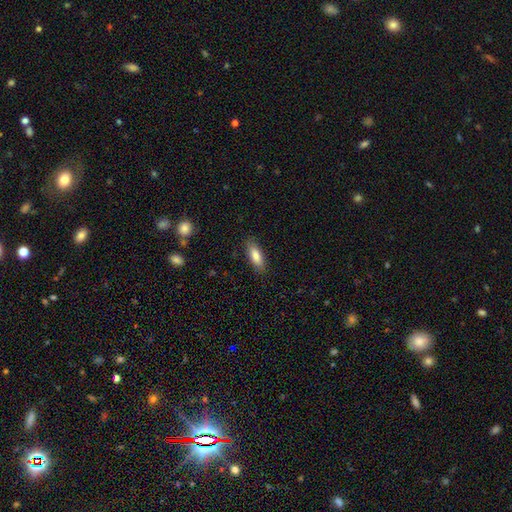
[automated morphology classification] Smooth or featured?
  - smooth: 82% *
  - featured or disk: 11%
  - star or artifact: 6%
How rounded?
  - in between: 65% *
  - cigar-shaped: 33%
  - round: 2%
Merging?
  - none: 86% *
  - minor disturbance: 10%
  - major disturbance: 2%
  - merger: 1%